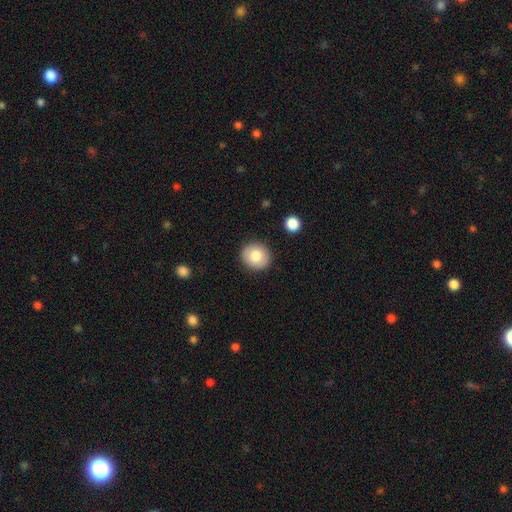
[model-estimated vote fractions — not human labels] smooth_or_featured: smooth (p=0.80) [alt: featured or disk p=0.12]
how_rounded: round (p=0.82) [alt: in between p=0.17]
merging: none (p=0.89) [alt: minor disturbance p=0.08]